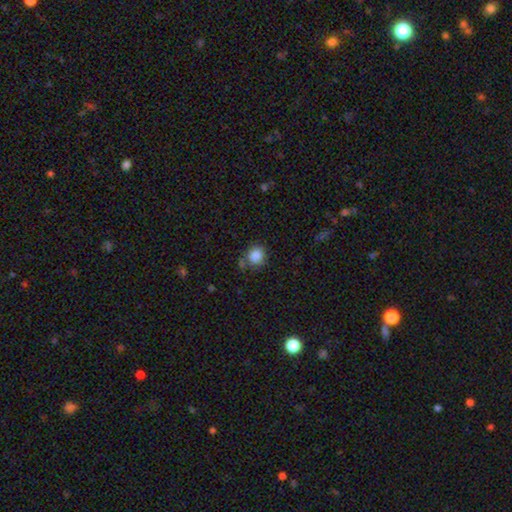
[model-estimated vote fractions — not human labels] Smooth or featured? smooth (86%)
How rounded? round (85%)
Merging? none (70%)